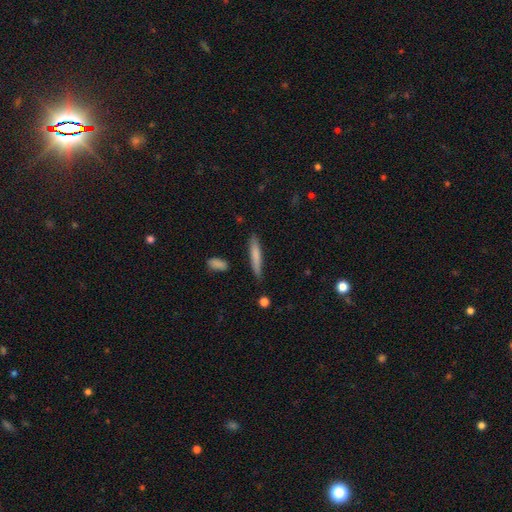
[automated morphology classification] This appears to be a smooth galaxy with no disk features (76%) that is cigar-shaped (90%). Merging: none (81%).